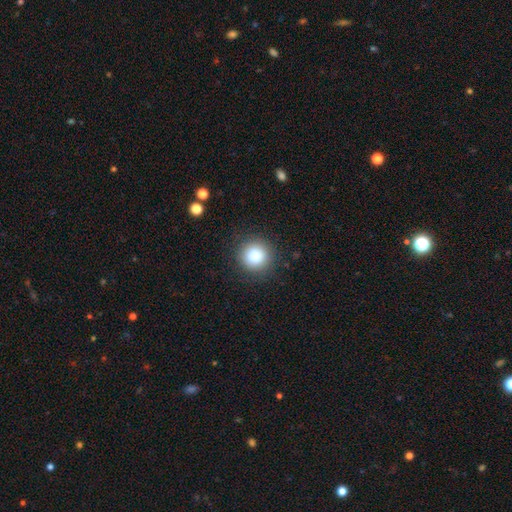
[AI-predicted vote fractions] Overall: smooth (86%). How rounded: round (94%). Merging: none (89%).